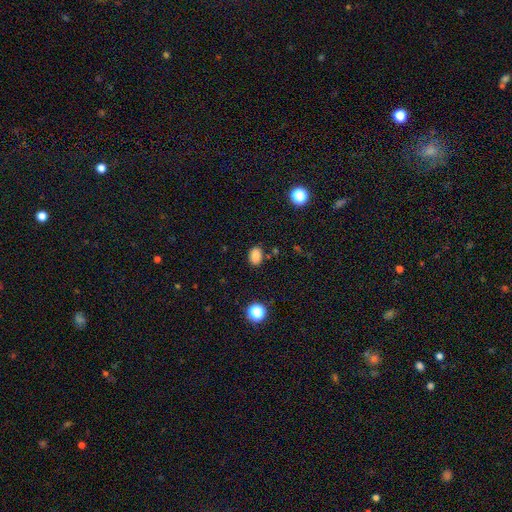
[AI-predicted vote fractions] A smooth galaxy with no disk features (83%) that is in between round and cigar-shaped (77%).

Vote fractions:
- Smooth or featured? smooth: 83% / star or artifact: 12% / featured or disk: 5%
- How rounded? in between: 77% / round: 22% / cigar-shaped: 1%
- Merging? none: 83% / minor disturbance: 11% / merger: 3% / major disturbance: 3%